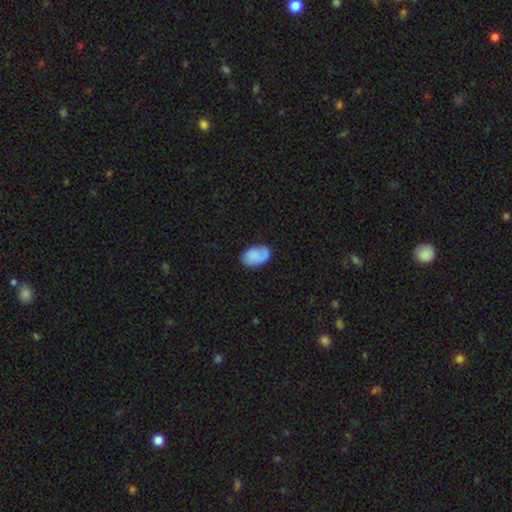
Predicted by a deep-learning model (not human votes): Smooth or featured: smooth — 71% (featured or disk — 21%)
How rounded: in between — 87% (round — 11%)
Merging: none — 68% (minor disturbance — 22%)